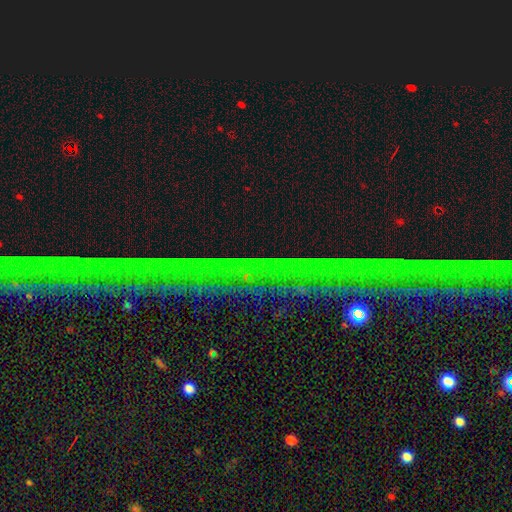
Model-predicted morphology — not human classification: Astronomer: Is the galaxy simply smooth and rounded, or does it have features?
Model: star or artifact — 77%.